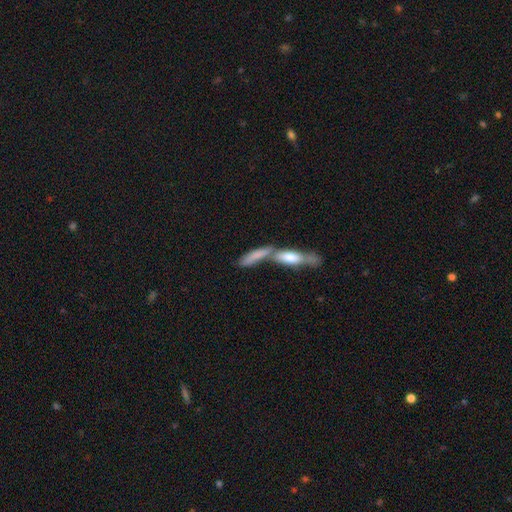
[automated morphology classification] Smooth or featured: smooth — 70% (featured or disk — 23%)
How rounded: cigar-shaped — 64% (in between — 34%)
Merging: merger — 54% (none — 31%)